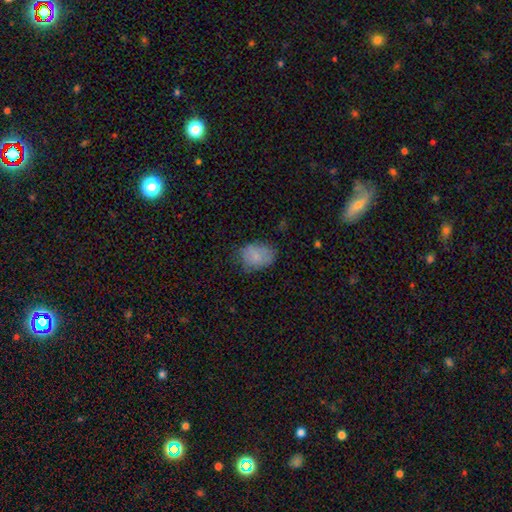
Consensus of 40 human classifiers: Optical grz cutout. It shows a smooth galaxy with no disk features (88%) that is in between round and cigar-shaped (63%). Merging: none (54%).